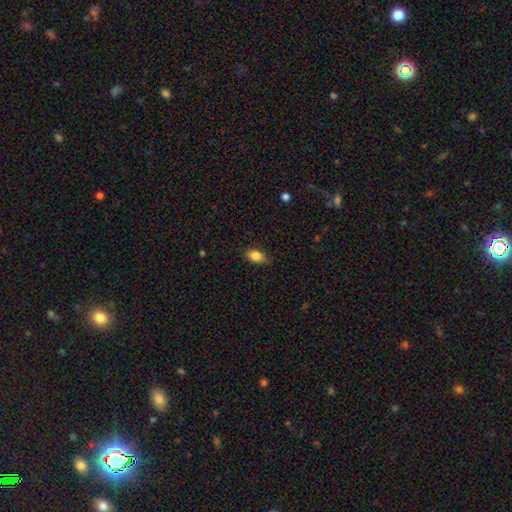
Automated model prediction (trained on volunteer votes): smooth 84%, star or artifact 9%, featured or disk 7%. Down the decision tree: how rounded — in between (85%); merging — none (83%).